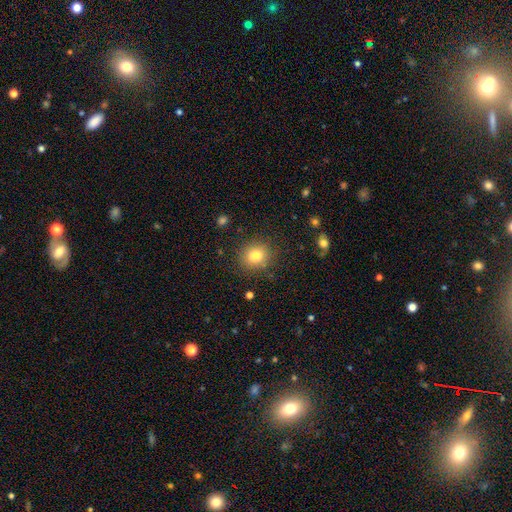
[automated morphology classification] smooth-or-featured: smooth: 80% | star or artifact: 11% | featured or disk: 8%
  how-rounded: round: 77% | in between: 22% | cigar-shaped: 1%
  merging: none: 86% | minor disturbance: 9% | major disturbance: 3% | merger: 2%